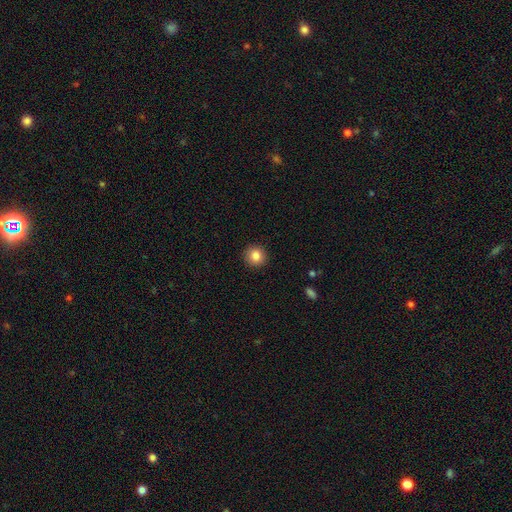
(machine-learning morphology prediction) This is clearly a smooth galaxy (85%). How rounded: clearly round (93%). Merging: clearly none (92%).